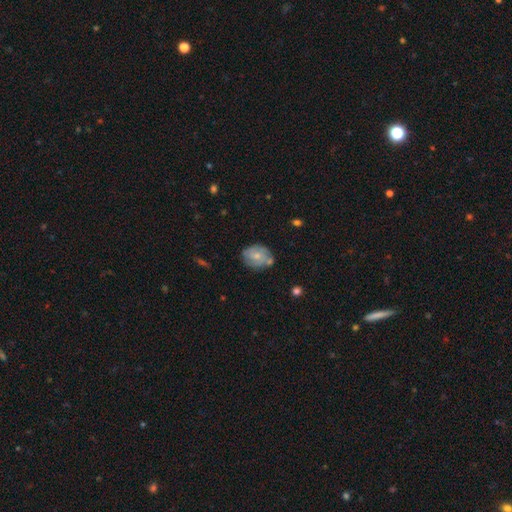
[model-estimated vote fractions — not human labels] Overall: featured or disk (55%; smooth 38%). Edge-on disk: no (97%). Bar: no (70%). Spiral arms: yes (78%). Bulge size: small (50%; moderate 41%). Merging: none (65%).